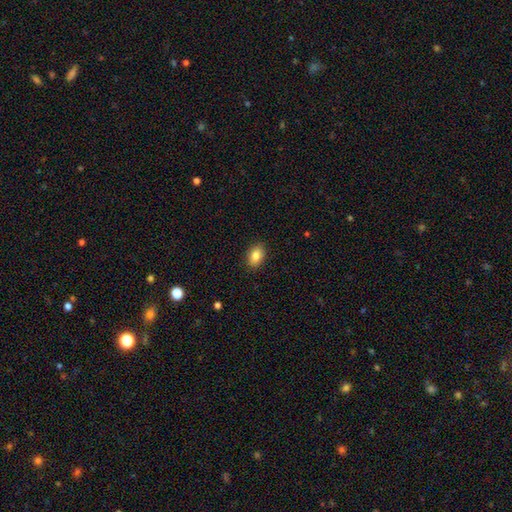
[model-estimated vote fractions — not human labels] A smooth galaxy with no disk features (85%) that is in between round and cigar-shaped (83%). Merging: none (89%).